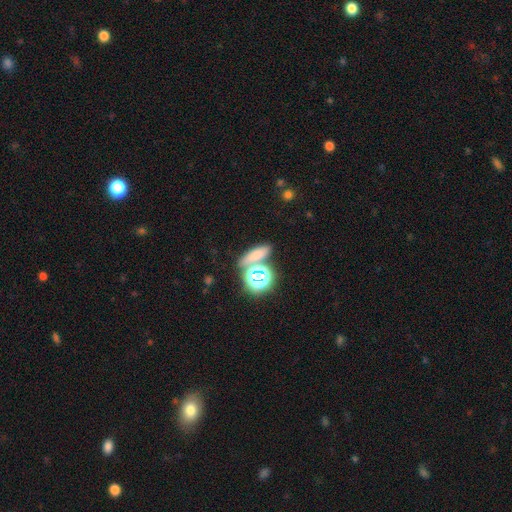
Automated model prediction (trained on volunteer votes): The model was most divided on "how rounded": in between: 42%, cigar-shaped: 32%, round: 26%. More confident: merging — none (65%); smooth or featured — smooth (61%).